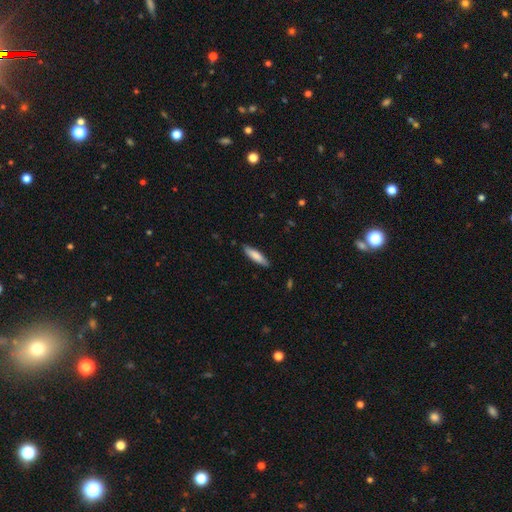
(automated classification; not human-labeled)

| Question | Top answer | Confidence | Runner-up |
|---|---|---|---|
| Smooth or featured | smooth | 80% | featured or disk (15%) |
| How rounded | cigar-shaped | 71% | in between (27%) |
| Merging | none | 86% | minor disturbance (11%) |